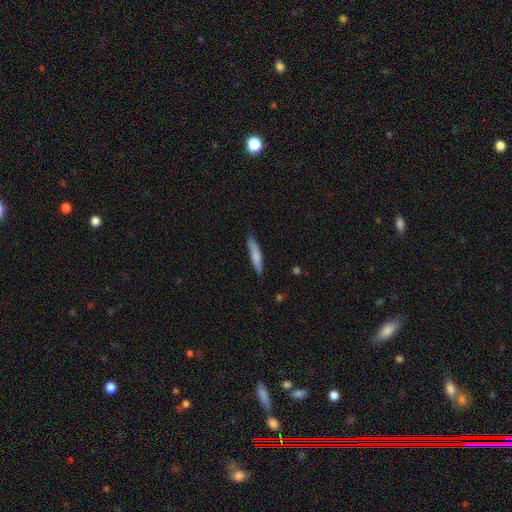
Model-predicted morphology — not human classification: Smooth or featured? Predicted: smooth (p=0.75). How rounded? Predicted: cigar-shaped (p=0.90). Merging? Predicted: none (p=0.86).